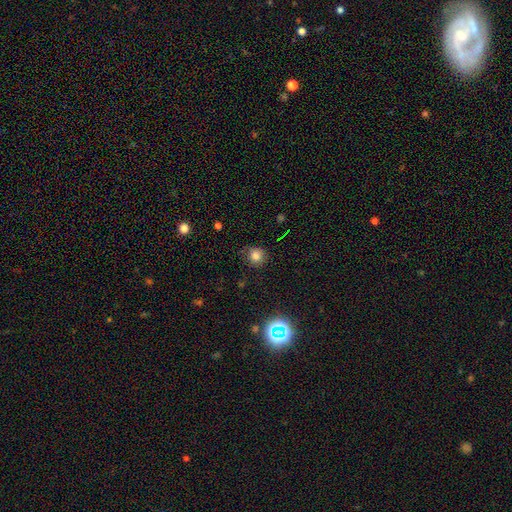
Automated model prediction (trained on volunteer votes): Q: Smooth or featured?
A: smooth (78%); runner-up: star or artifact (15%)
Q: How rounded?
A: round (85%); runner-up: in between (14%)
Q: Merging?
A: none (75%); runner-up: minor disturbance (18%)